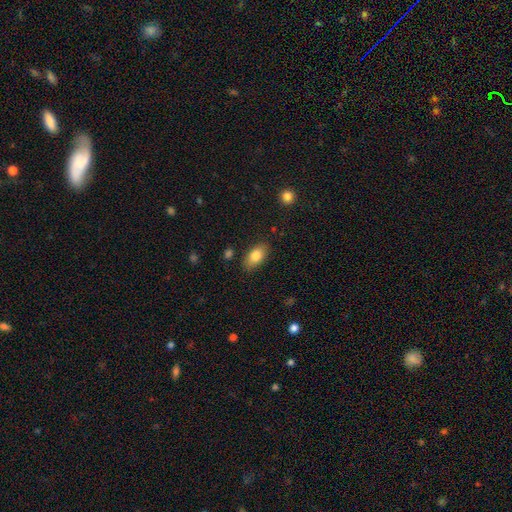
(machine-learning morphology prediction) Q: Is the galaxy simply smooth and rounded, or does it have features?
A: smooth — 83%.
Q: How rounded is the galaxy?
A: in between — 91%.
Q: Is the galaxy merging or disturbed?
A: none — 84%.